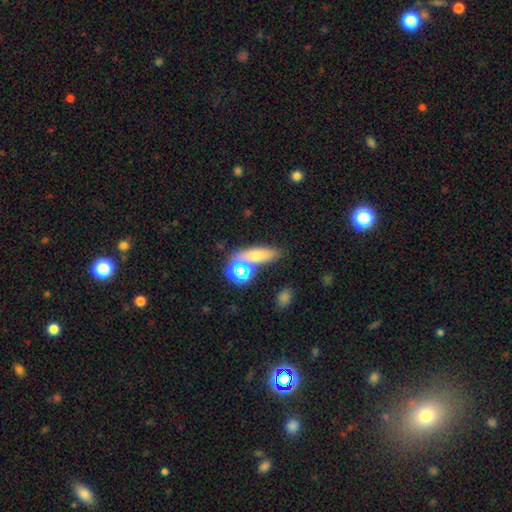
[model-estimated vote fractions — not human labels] The model was most divided on "merging": none: 57%, merger: 24%, minor disturbance: 13%, major disturbance: 6%. More confident: smooth or featured — smooth (62%); how rounded — in between (59%).